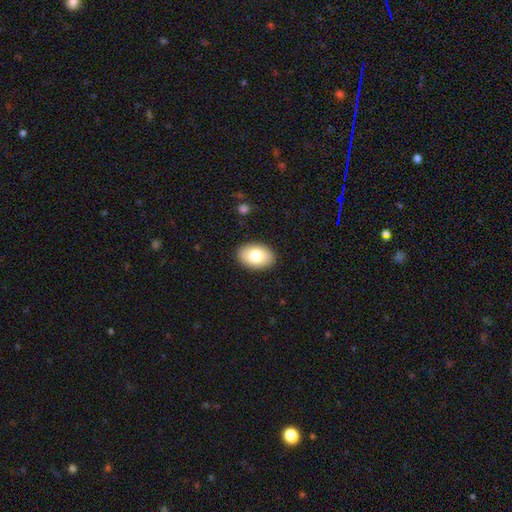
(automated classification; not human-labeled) smooth-or-featured: smooth: 79% | featured or disk: 14% | star or artifact: 7%
  how-rounded: in between: 90% | round: 9% | cigar-shaped: 1%
  merging: none: 89% | minor disturbance: 8% | major disturbance: 2% | merger: 1%